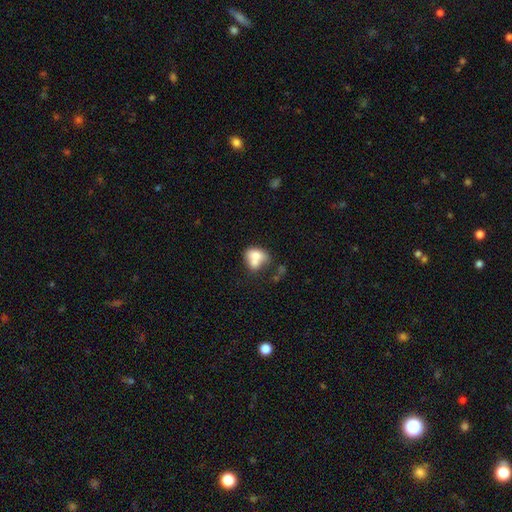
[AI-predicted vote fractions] smooth_or_featured: smooth (p=0.67) [alt: featured or disk p=0.23]
how_rounded: in between (p=0.66) [alt: round p=0.33]
merging: merger (p=0.51) [alt: none p=0.24]